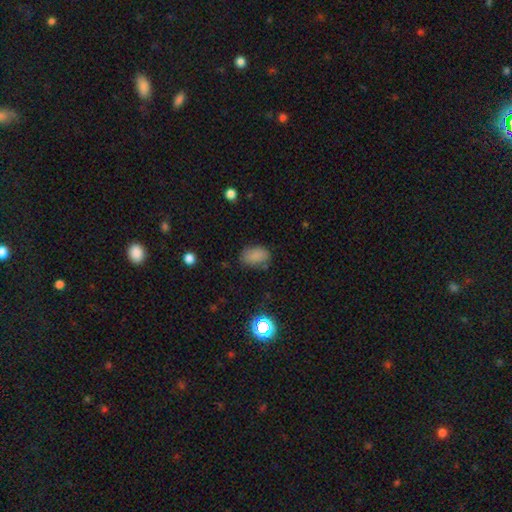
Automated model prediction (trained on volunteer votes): A smooth galaxy with no disk features (81%) that is in between round and cigar-shaped (87%).

Vote fractions:
- Smooth or featured? smooth: 81% / star or artifact: 13% / featured or disk: 6%
- How rounded? in between: 87% / round: 11% / cigar-shaped: 2%
- Merging? none: 72% / minor disturbance: 20% / major disturbance: 6% / merger: 2%